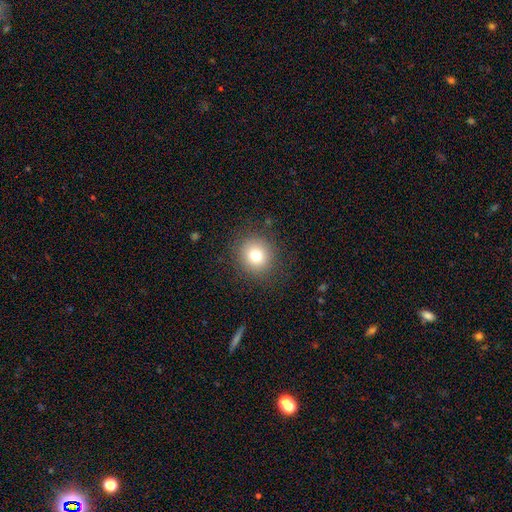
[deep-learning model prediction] A smooth galaxy with no disk features (76%) that is round (90%). Merging: none (88%).